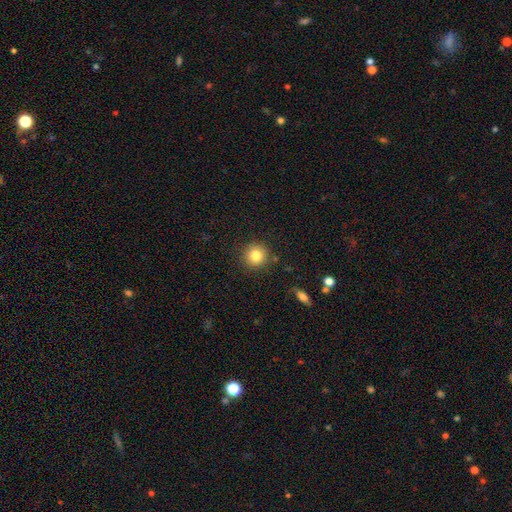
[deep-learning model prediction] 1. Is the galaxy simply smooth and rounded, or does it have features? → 82% smooth, 11% star or artifact, 7% featured or disk.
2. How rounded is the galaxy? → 94% round, 6% in between, 1% cigar-shaped.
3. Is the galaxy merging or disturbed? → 88% none, 8% minor disturbance, 2% major disturbance, 2% merger.